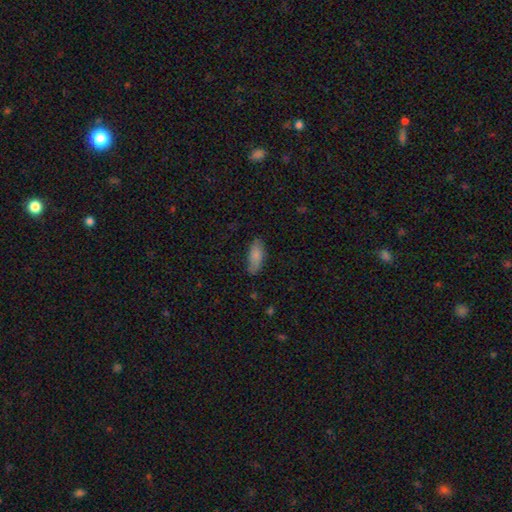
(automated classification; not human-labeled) Smooth or featured? smooth (83%)
How rounded? in between (81%)
Merging? none (75%)